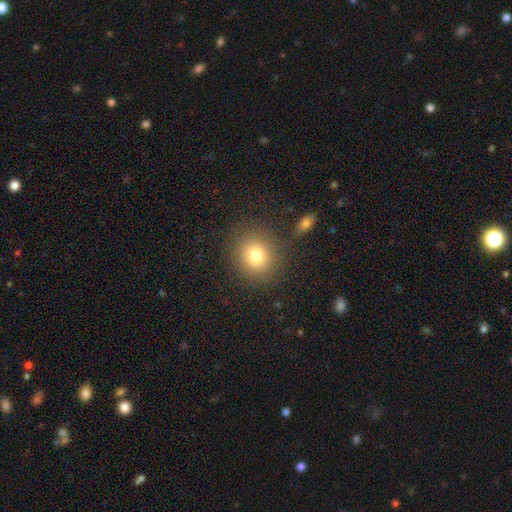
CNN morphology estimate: smooth-or-featured: smooth: 79% | star or artifact: 12% | featured or disk: 9%
  how-rounded: round: 86% | in between: 13% | cigar-shaped: 1%
  merging: none: 84% | minor disturbance: 8% | major disturbance: 4% | merger: 3%